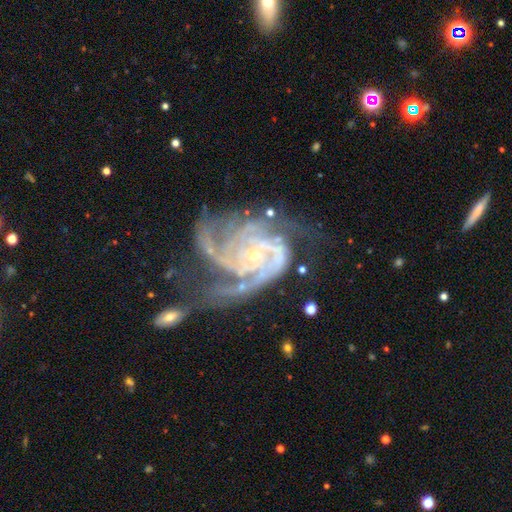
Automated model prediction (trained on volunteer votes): smooth_or_featured: featured or disk (p=0.92) [alt: star or artifact p=0.05]
disk_edge_on: no (p=0.98) [alt: yes p=0.02]
bar: no (p=0.69) [alt: weak p=0.23]
has_spiral_arms: yes (p=0.98) [alt: no p=0.02]
spiral_winding: tight (p=0.56) [alt: medium p=0.37]
spiral_arm_count: 3 (p=0.33) [alt: 4 p=0.23]
bulge_size: small (p=0.79) [alt: moderate p=0.16]
merging: none (p=0.37) [alt: major disturbance p=0.29]